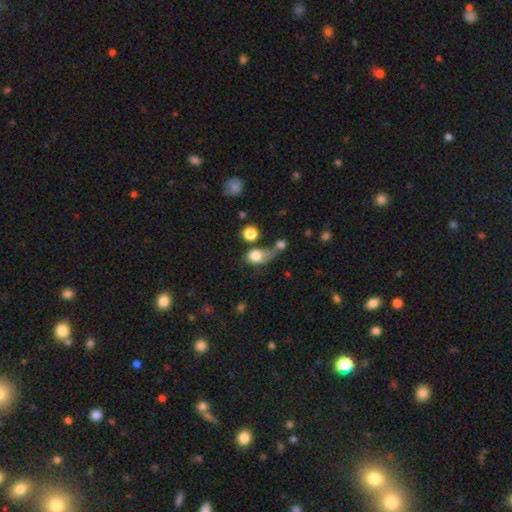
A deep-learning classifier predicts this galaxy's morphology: smooth_or_featured: smooth (p=0.79) [alt: featured or disk p=0.11]
how_rounded: in between (p=0.53) [alt: round p=0.45]
merging: merger (p=0.31) [alt: none p=0.28]